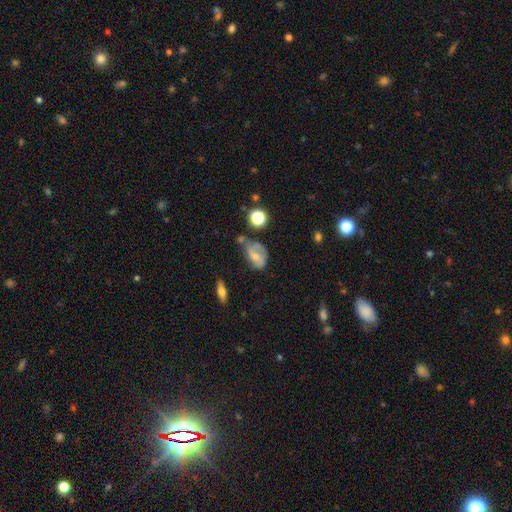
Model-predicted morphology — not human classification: smooth-or-featured: smooth: 46% | featured or disk: 44% | star or artifact: 11%
  merging: none: 31% (tied) | minor disturbance: 31% (tied) | major disturbance: 25% | merger: 12%